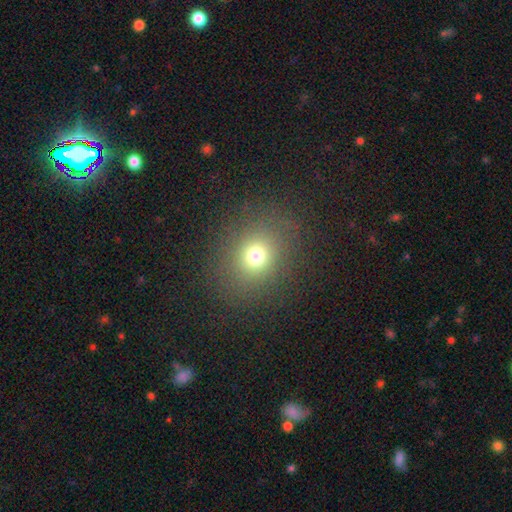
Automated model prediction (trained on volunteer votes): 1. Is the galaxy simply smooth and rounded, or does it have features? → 71% smooth, 19% star or artifact, 10% featured or disk.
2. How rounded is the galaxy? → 68% round, 31% in between, 1% cigar-shaped.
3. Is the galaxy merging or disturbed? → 85% none, 9% minor disturbance, 5% major disturbance, 1% merger.